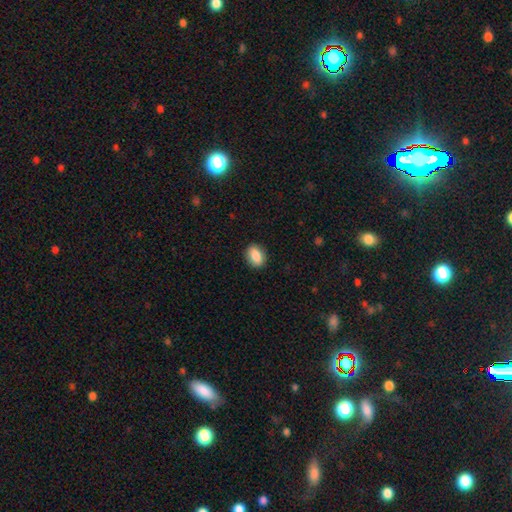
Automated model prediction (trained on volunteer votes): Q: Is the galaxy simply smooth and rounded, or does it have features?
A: smooth — 87%.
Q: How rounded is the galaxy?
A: in between — 76%.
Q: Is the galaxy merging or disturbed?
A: none — 89%.